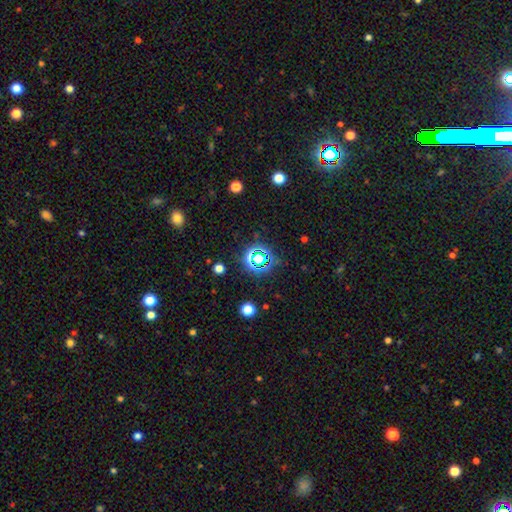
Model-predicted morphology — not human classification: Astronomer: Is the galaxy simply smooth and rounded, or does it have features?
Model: star or artifact — 68%.